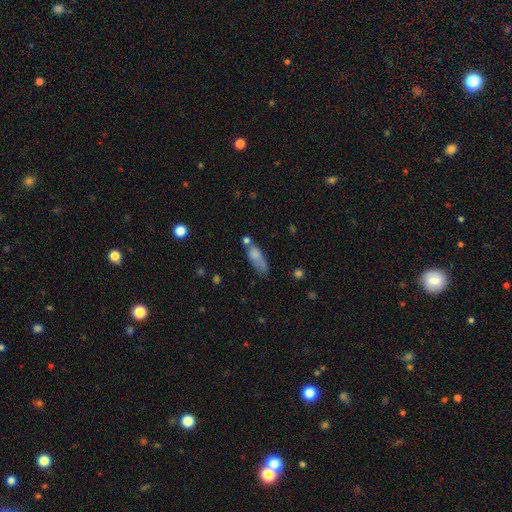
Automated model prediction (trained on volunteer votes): Smooth or featured? Predicted: smooth (p=0.75). How rounded? Predicted: in between (p=0.64). Merging? Predicted: none (p=0.38).